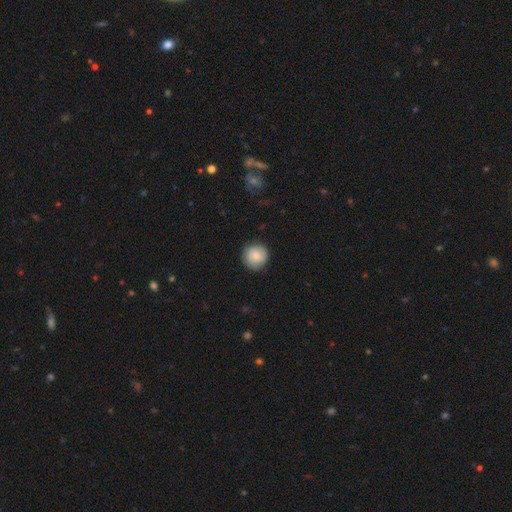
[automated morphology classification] This is likely a smooth galaxy (78%). How rounded: clearly round (94%). Merging: clearly none (83%).